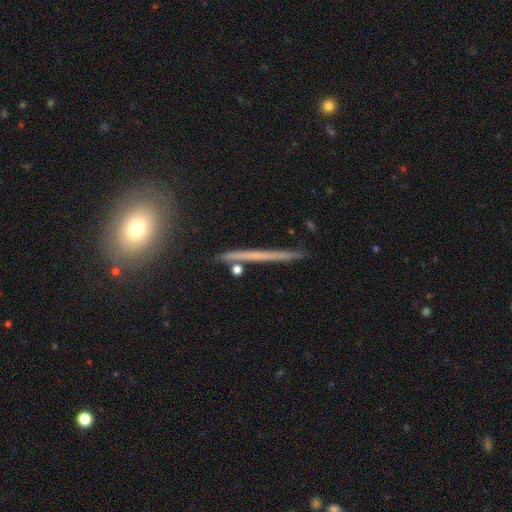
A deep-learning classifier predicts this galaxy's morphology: This is possibly a featured or disk galaxy (57%). It is clearly viewed edge-on (95%). Edge-on bulge: clearly none (85%). Merging: clearly none (89%).